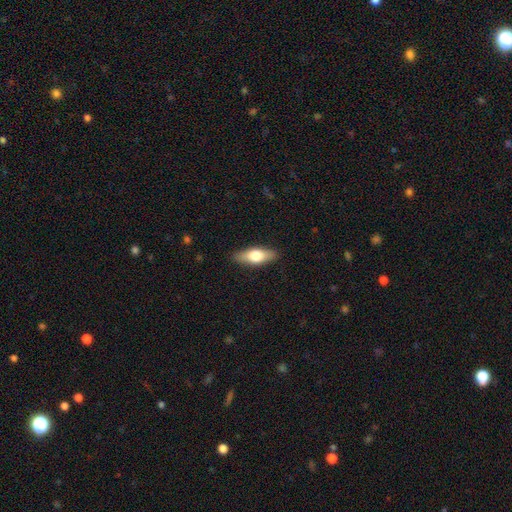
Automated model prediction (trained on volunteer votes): Morphology: type=smooth (61%); roundness=in between (66%); merging=none (88%).